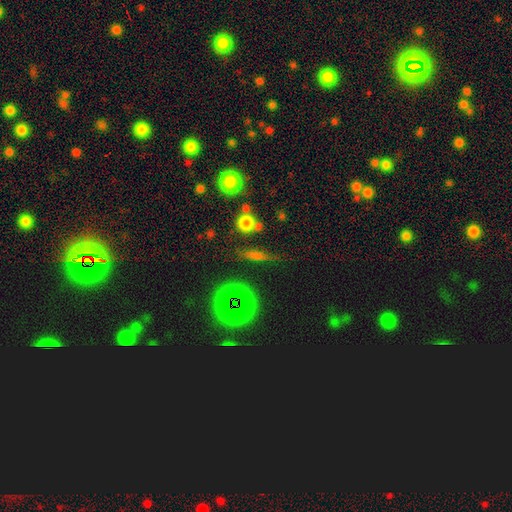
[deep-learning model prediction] A smooth galaxy with no disk features (55%) that is cigar-shaped (43%).

Vote fractions:
- Smooth or featured? smooth: 55% / star or artifact: 25% / featured or disk: 20%
- How rounded? cigar-shaped: 43% / round: 37% / in between: 20%
- Merging? none: 80% / minor disturbance: 11% / merger: 5% / major disturbance: 4%